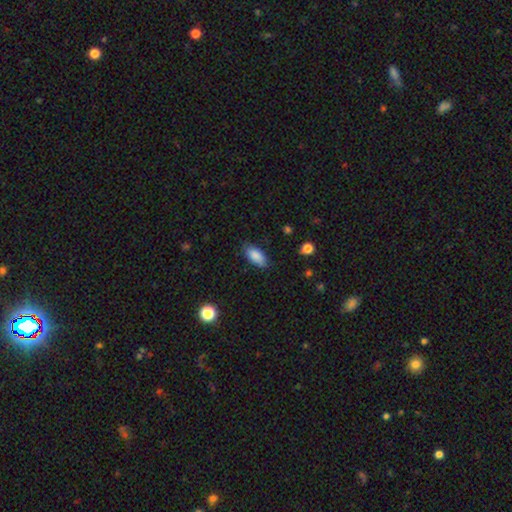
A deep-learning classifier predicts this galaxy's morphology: type=smooth (86%); roundness=in between (89%); merging=none (82%).